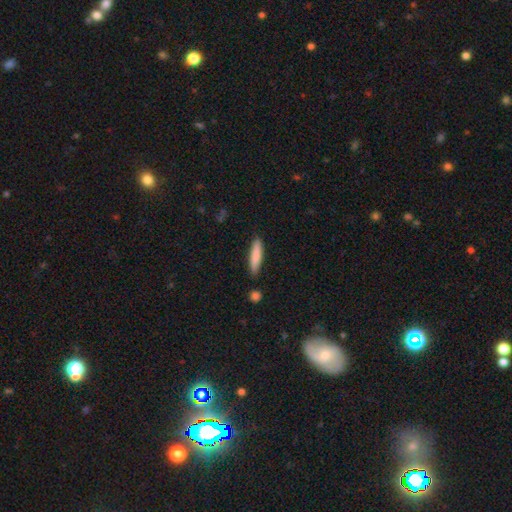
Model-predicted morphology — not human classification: Smooth or featured: smooth — 82% (featured or disk — 12%)
How rounded: cigar-shaped — 83% (in between — 16%)
Merging: none — 84% (minor disturbance — 11%)